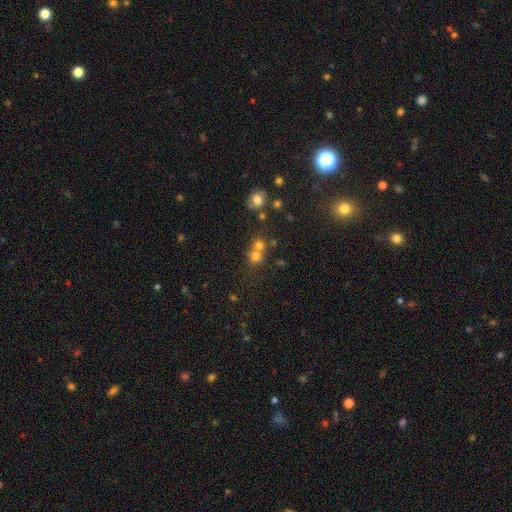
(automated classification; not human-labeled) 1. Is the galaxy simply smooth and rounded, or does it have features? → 71% smooth, 18% star or artifact, 11% featured or disk.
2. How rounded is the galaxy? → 84% round, 15% in between, 1% cigar-shaped.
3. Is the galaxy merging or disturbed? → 46% merger, 44% none, 7% minor disturbance, 3% major disturbance.